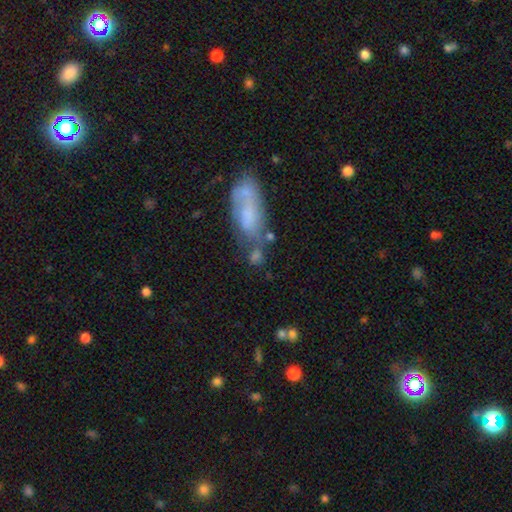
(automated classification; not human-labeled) The model was most divided on "merging": none: 44%, merger: 22%, minor disturbance: 21%, major disturbance: 14%. More confident: how rounded — in between (70%); smooth or featured — smooth (59%).